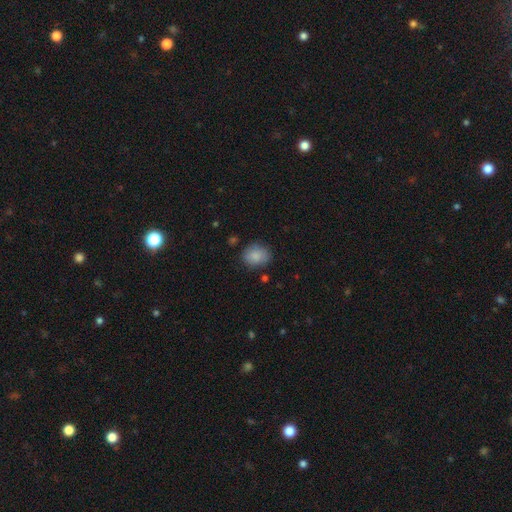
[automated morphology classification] A smooth galaxy with no disk features (86%) that is round (55%).

Vote fractions:
- Smooth or featured? smooth: 86% / star or artifact: 8% / featured or disk: 7%
- How rounded? round: 55% / in between: 44% / cigar-shaped: 1%
- Merging? none: 75% / minor disturbance: 18% / major disturbance: 4% / merger: 2%